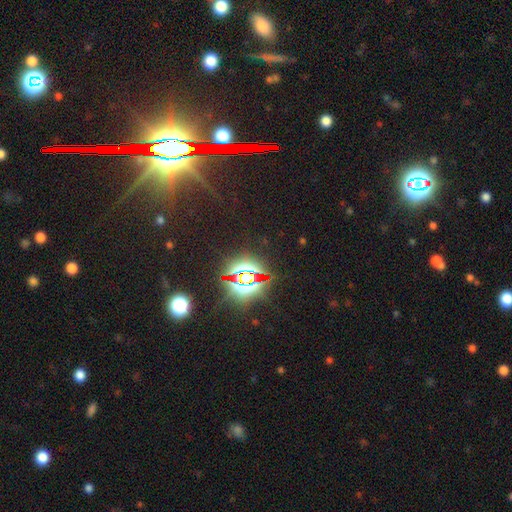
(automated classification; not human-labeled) Smooth or featured: star or artifact — 82% (smooth — 9%)